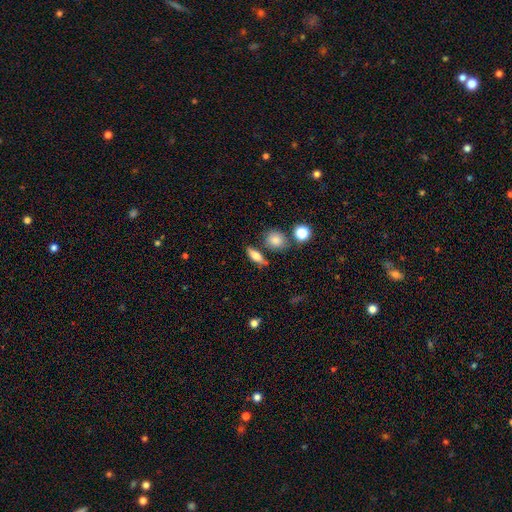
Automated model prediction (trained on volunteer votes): The model was most divided on "how rounded": in between: 59%, cigar-shaped: 29%, round: 12%. More confident: merging — none (74%); smooth or featured — smooth (68%).